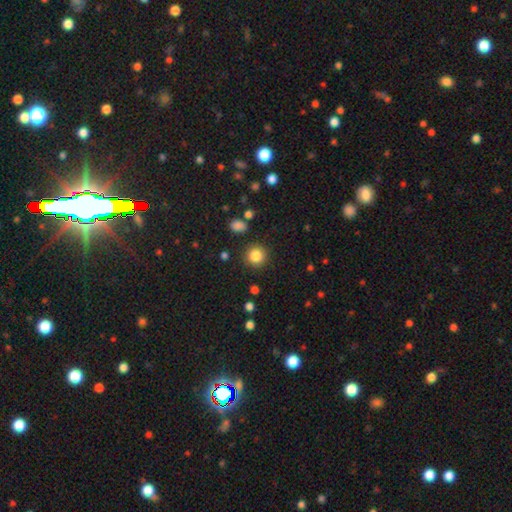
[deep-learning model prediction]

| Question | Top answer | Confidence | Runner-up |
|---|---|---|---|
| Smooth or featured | smooth | 85% | star or artifact (11%) |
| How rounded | round | 93% | in between (6%) |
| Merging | none | 89% | minor disturbance (6%) |